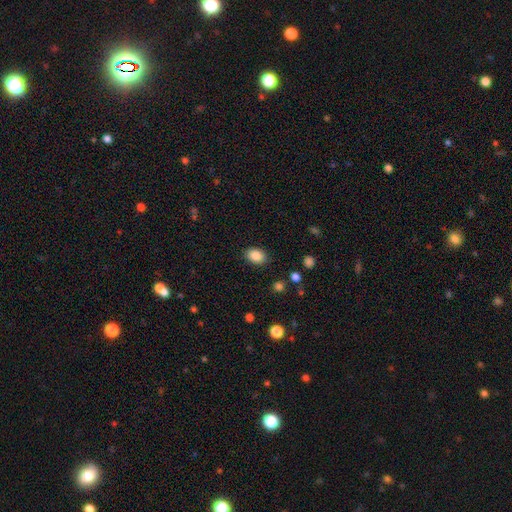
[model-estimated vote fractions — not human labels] Smooth or featured? Predicted: smooth (p=0.87). How rounded? Predicted: in between (p=0.77). Merging? Predicted: none (p=0.86).